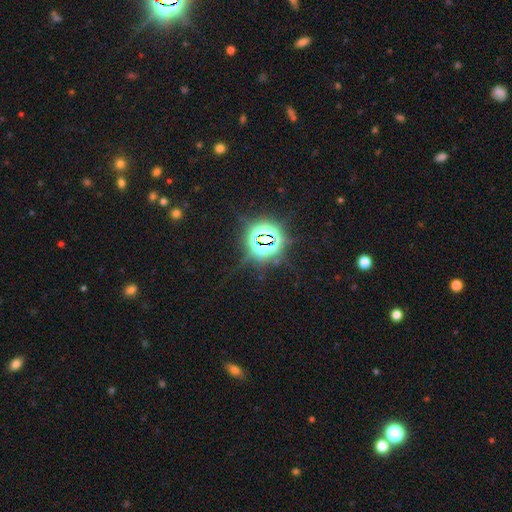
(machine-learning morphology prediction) Smooth or featured? Predicted: star or artifact (p=0.80).